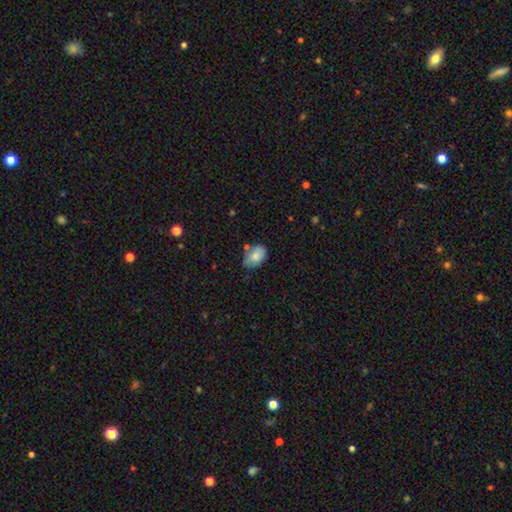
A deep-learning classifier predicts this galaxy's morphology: Smooth or featured?
  - smooth: 78% *
  - featured or disk: 14%
  - star or artifact: 8%
How rounded?
  - in between: 87% *
  - round: 12%
  - cigar-shaped: 1%
Merging?
  - none: 61% *
  - minor disturbance: 27%
  - merger: 7%
  - major disturbance: 5%